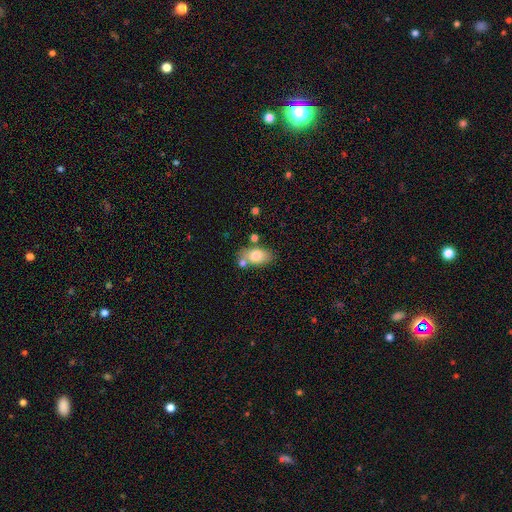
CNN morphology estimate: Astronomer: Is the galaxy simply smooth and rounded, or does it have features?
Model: smooth — 75%.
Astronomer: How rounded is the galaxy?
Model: in between — 89%.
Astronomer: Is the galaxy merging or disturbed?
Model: none — 64%.